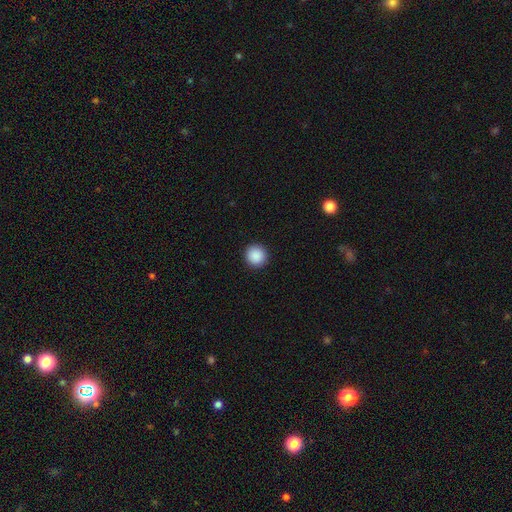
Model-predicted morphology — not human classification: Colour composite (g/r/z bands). It shows a smooth galaxy with no disk features (90%) that is round (95%). Merging: none (93%).